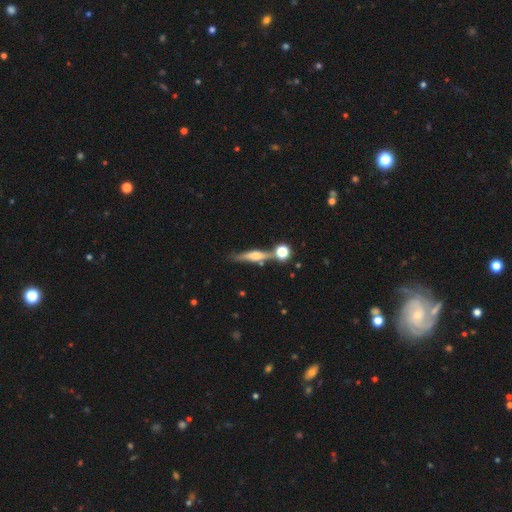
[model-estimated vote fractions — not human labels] The model was most divided on "smooth or featured": featured or disk: 64%, smooth: 27%, star or artifact: 9%. More confident: edge-on disk — yes (94%); edge-on bulge — rounded (84%); merging — none (70%).